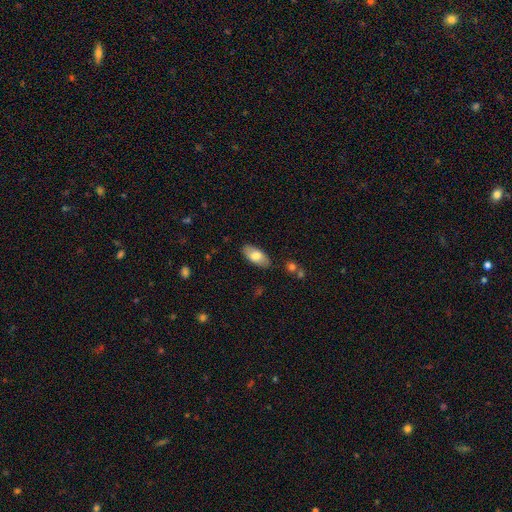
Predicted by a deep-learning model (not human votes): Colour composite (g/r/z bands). It shows a smooth galaxy with no disk features (75%) that is in between round and cigar-shaped (91%). Merging: none (86%).